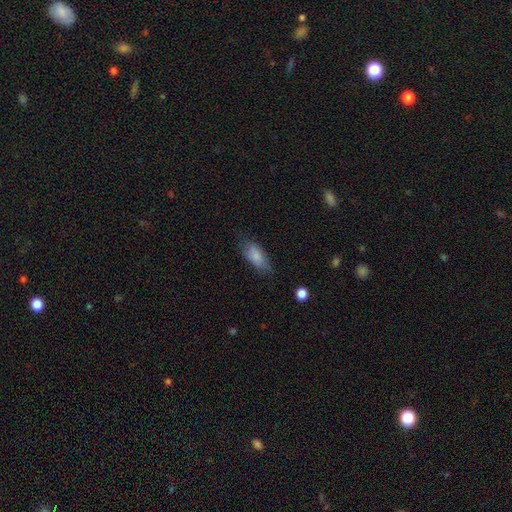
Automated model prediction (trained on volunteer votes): Smooth or featured? smooth (84%)
How rounded? in between (85%)
Merging? none (68%)